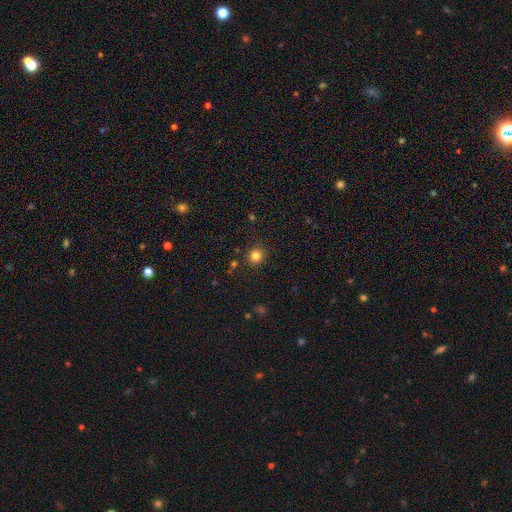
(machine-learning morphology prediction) Smooth or featured: smooth — 82% (star or artifact — 13%)
How rounded: round — 89% (in between — 10%)
Merging: none — 89% (minor disturbance — 7%)